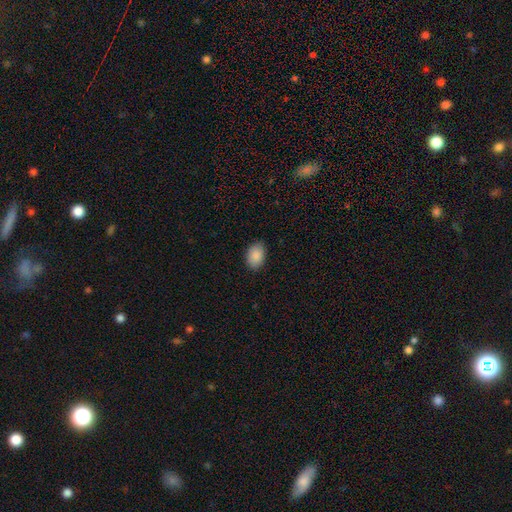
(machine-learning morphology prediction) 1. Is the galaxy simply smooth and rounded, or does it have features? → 89% smooth, 7% star or artifact, 4% featured or disk.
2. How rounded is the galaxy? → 85% in between, 14% round, 1% cigar-shaped.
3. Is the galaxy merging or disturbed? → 87% none, 10% minor disturbance, 2% major disturbance, 1% merger.